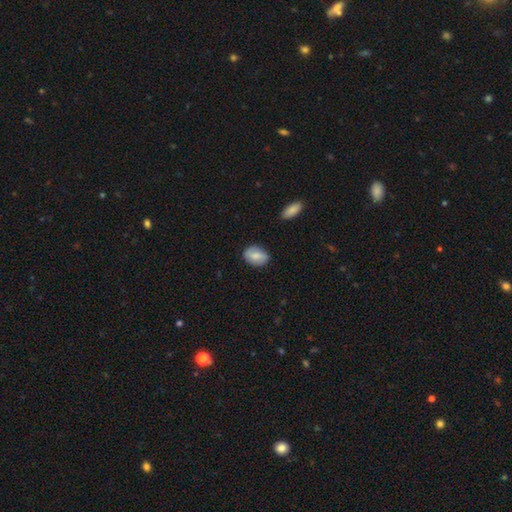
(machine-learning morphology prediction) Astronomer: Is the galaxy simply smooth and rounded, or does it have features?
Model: smooth — 75%.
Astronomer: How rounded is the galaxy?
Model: in between — 79%.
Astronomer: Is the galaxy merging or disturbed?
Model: none — 80%.